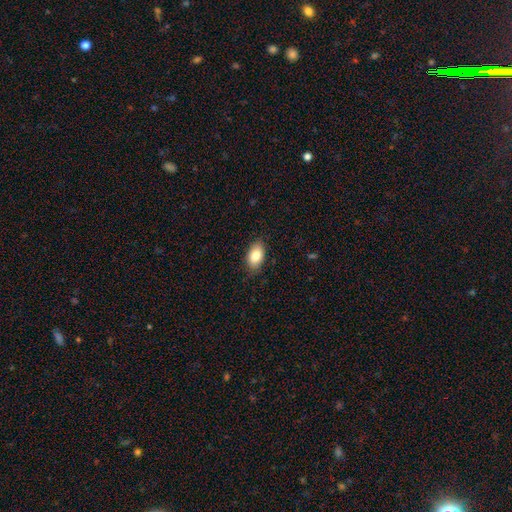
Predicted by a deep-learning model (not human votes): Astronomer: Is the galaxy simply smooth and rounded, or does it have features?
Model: smooth — 83%.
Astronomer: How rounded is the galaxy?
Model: in between — 92%.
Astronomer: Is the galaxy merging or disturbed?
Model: none — 85%.